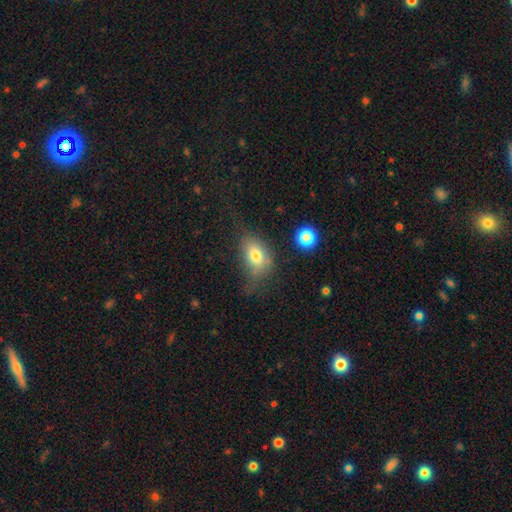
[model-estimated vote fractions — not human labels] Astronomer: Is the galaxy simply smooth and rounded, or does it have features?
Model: smooth — 74%.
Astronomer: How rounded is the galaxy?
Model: in between — 81%.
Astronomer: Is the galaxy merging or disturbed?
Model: none — 45% (runner-up: minor disturbance, 29%).